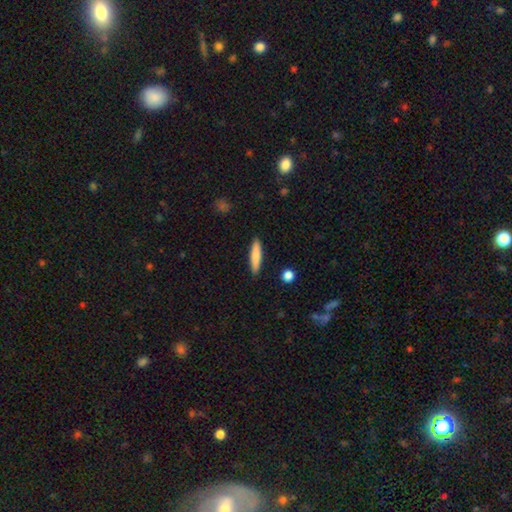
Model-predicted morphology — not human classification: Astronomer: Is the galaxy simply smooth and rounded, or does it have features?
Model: smooth — 81%.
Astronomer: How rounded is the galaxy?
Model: cigar-shaped — 85%.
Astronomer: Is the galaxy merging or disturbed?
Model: none — 90%.